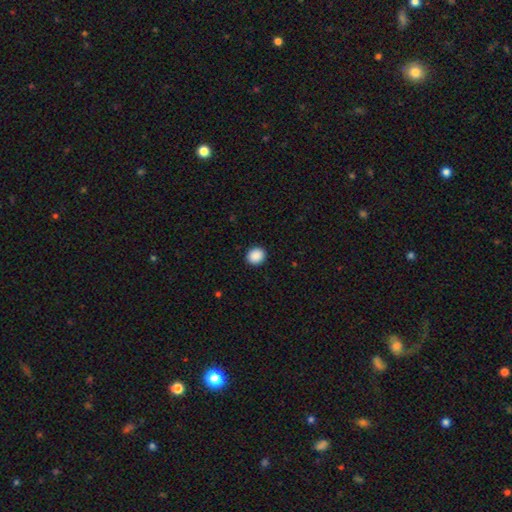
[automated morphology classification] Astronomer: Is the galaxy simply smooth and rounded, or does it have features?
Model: smooth — 90%.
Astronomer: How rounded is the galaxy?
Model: round — 78%.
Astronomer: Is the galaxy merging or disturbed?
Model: none — 92%.